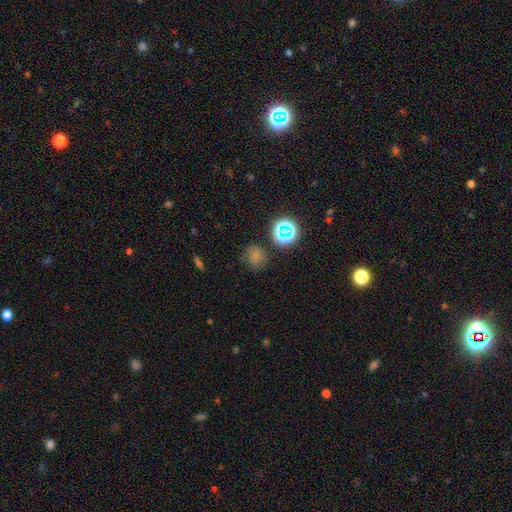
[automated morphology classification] Smooth or featured? smooth (65%)
How rounded? round (78%)
Merging? none (70%)